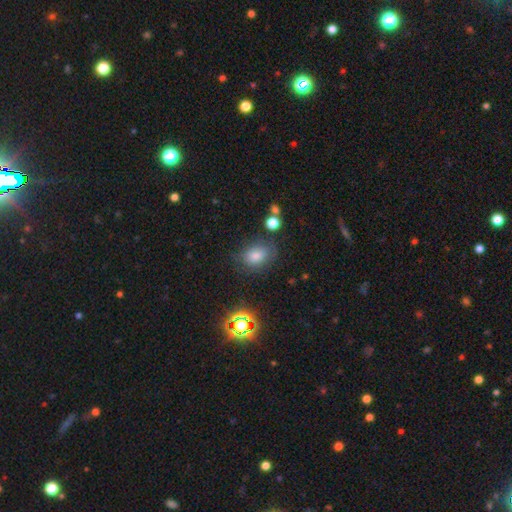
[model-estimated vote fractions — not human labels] The model was most divided on "how rounded": in between: 63%, round: 36%, cigar-shaped: 1%. More confident: merging — none (74%); smooth or featured — smooth (69%).